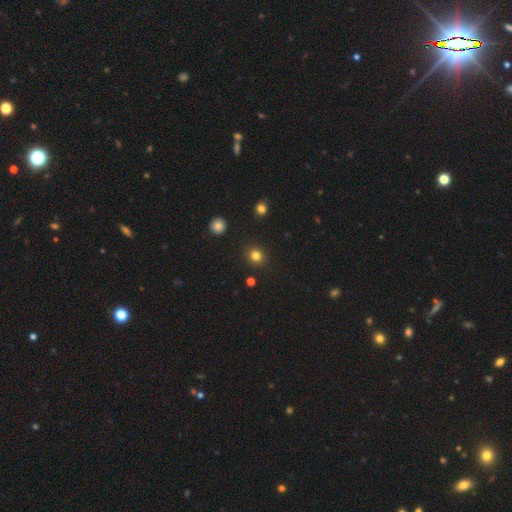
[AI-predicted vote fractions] A smooth galaxy with no disk features (81%) that is round (90%). Merging: none (91%).